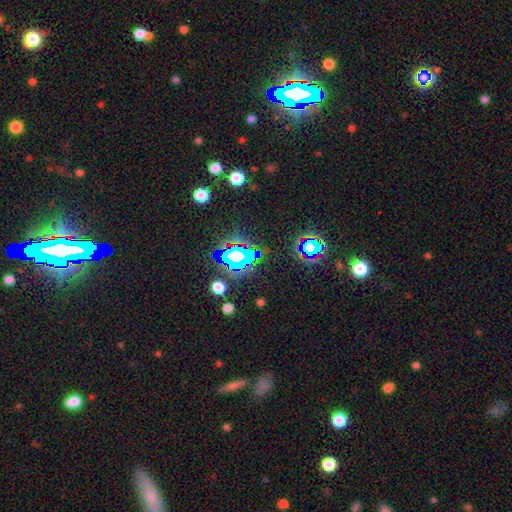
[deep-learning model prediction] This appears to be a star or artifact, not a galaxy (73%).